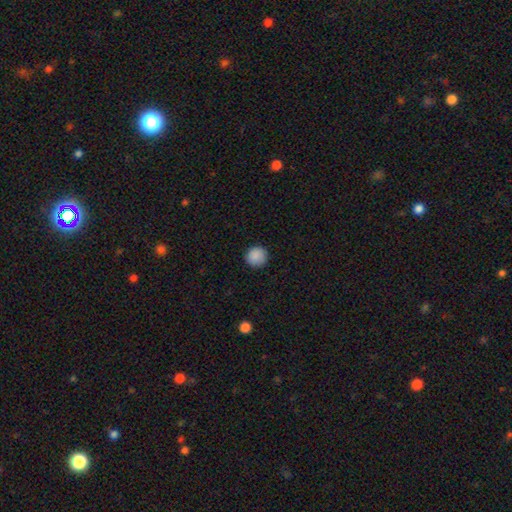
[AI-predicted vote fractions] Q: Smooth or featured?
A: smooth (89%); runner-up: star or artifact (8%)
Q: How rounded?
A: round (95%); runner-up: in between (5%)
Q: Merging?
A: none (91%); runner-up: minor disturbance (6%)